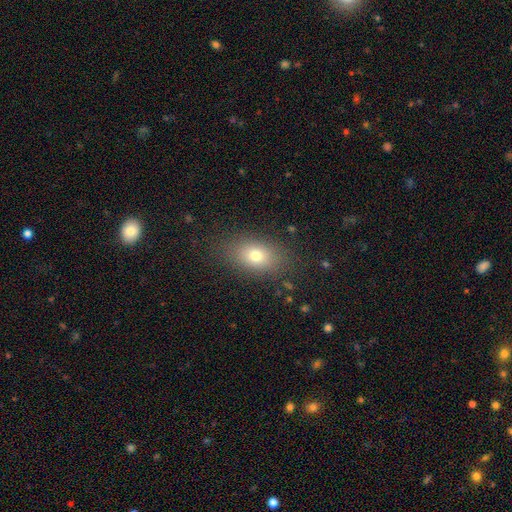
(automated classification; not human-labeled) Smooth or featured? Predicted: smooth (p=0.75). How rounded? Predicted: in between (p=0.80). Merging? Predicted: none (p=0.84).